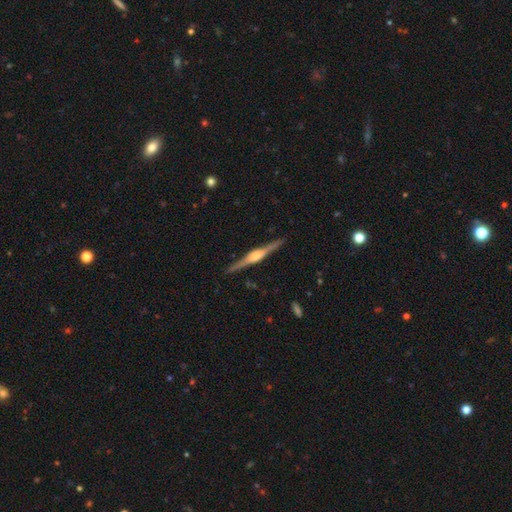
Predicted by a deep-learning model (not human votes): Smooth or featured?
  - featured or disk: 85% *
  - smooth: 10%
  - star or artifact: 5%
Edge-on disk?
  - yes: 99% *
  - no: 1%
Edge-on bulge?
  - rounded: 83% *
  - boxy: 13%
  - none: 4%
Merging?
  - none: 92% *
  - minor disturbance: 6%
  - major disturbance: 1%
  - merger: 1%